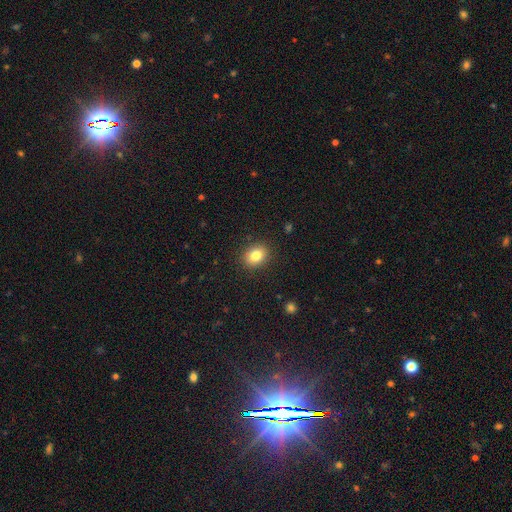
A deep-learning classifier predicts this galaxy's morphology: smooth-or-featured: smooth: 82% | star or artifact: 10% | featured or disk: 8%
  how-rounded: in between: 58% | round: 41% | cigar-shaped: 1%
  merging: none: 89% | minor disturbance: 8% | major disturbance: 2% | merger: 1%